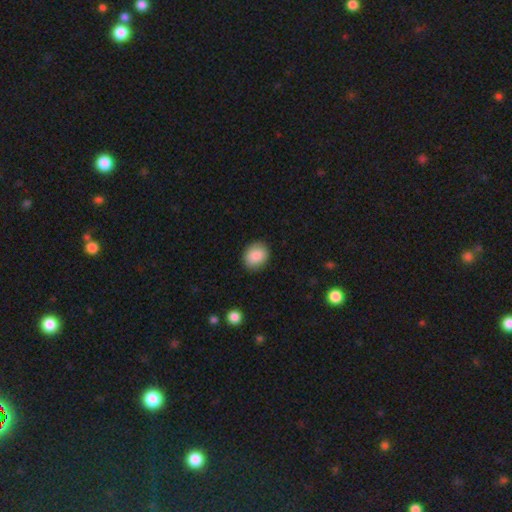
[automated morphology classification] Overall: smooth (88%). How rounded: round (54%; in between 45%). Merging: none (86%).